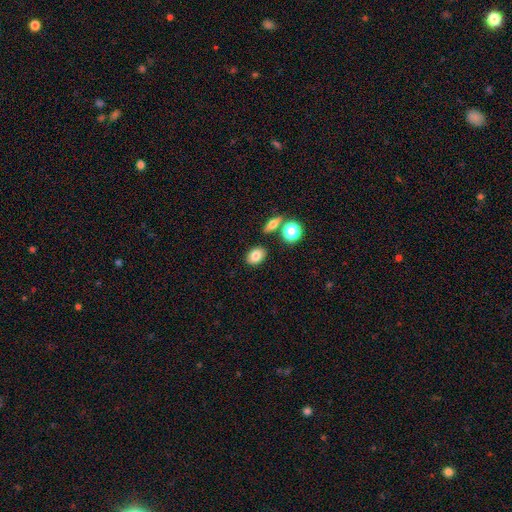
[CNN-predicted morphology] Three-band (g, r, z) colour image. It shows a smooth galaxy with no disk features (80%) that is in between round and cigar-shaped (72%). Merging: none (84%).